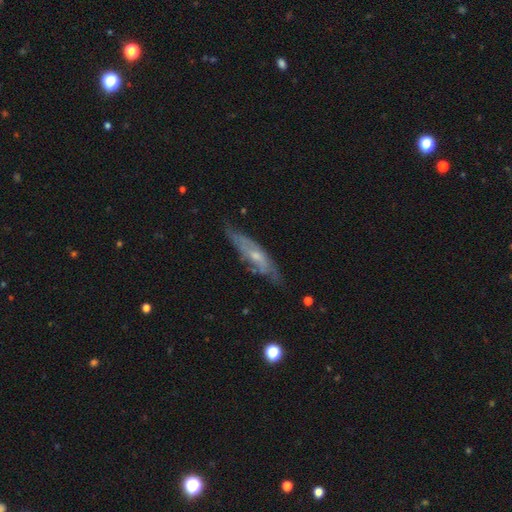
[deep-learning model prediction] Overall: featured or disk (65%; smooth 28%). Edge-on disk: no (54%; yes 46%). Merging: none (69%).